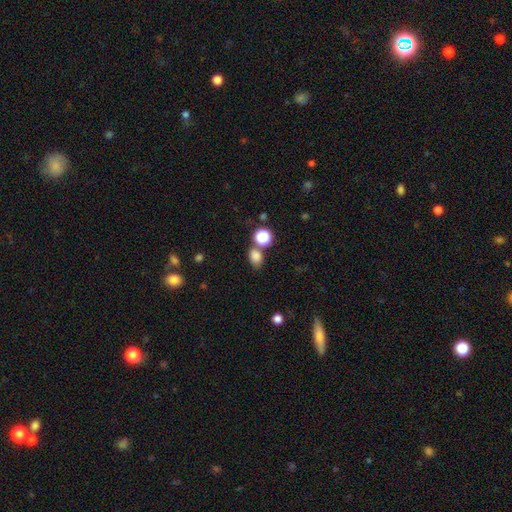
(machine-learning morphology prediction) Smooth or featured?
  - smooth: 80% *
  - star or artifact: 15%
  - featured or disk: 6%
How rounded?
  - in between: 64% *
  - round: 35%
  - cigar-shaped: 1%
Merging?
  - none: 61% *
  - merger: 21%
  - minor disturbance: 13%
  - major disturbance: 5%